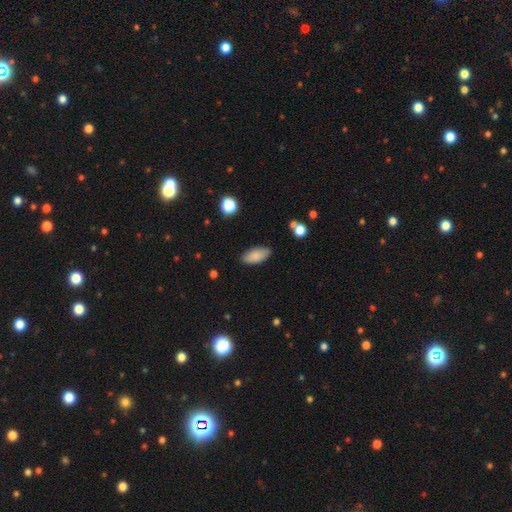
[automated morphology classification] This appears to be a smooth galaxy with no disk features (86%) that is in between round and cigar-shaped (90%). Merging: none (86%).